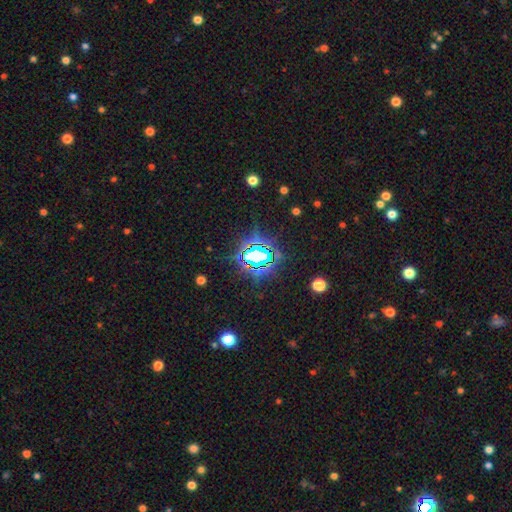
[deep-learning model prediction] This appears to be a star or artifact, not a galaxy (77%).